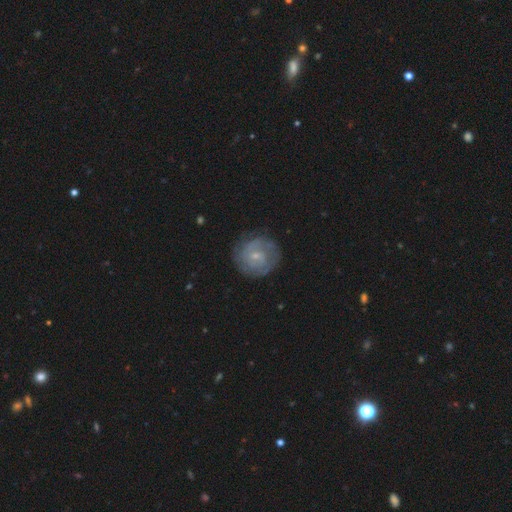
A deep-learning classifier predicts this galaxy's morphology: smooth-or-featured: featured or disk: 69% | smooth: 25% | star or artifact: 6%
  disk-edge-on: no: 98% | yes: 2%
    bar: no: 65% | weak: 31% | strong: 5%
    has-spiral-arms: yes: 86% | no: 14%
      spiral-winding: tight: 65% | medium: 27% | loose: 9%
      spiral-arm-count: can't tell: 40% | 2: 32% | 3: 13% | 1: 5% | 4: 5% | more than 4: 4%
    bulge-size: small: 77% | moderate: 19% | none: 3% | large: 1% | dominant: 1%
  merging: none: 78% | minor disturbance: 15% | major disturbance: 6% | merger: 1%